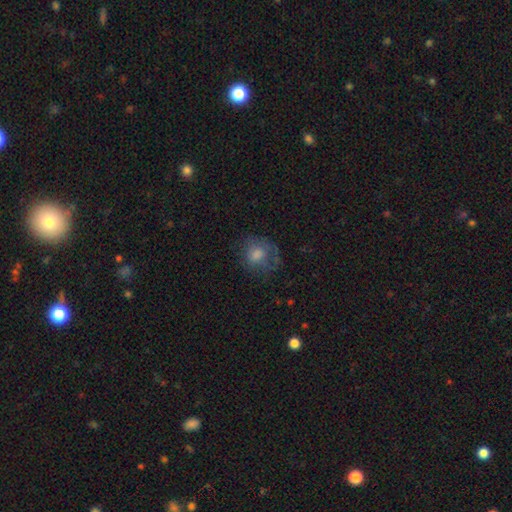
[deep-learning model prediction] A smooth galaxy with no disk features (56%) that is round (71%). Merging: none (57%).